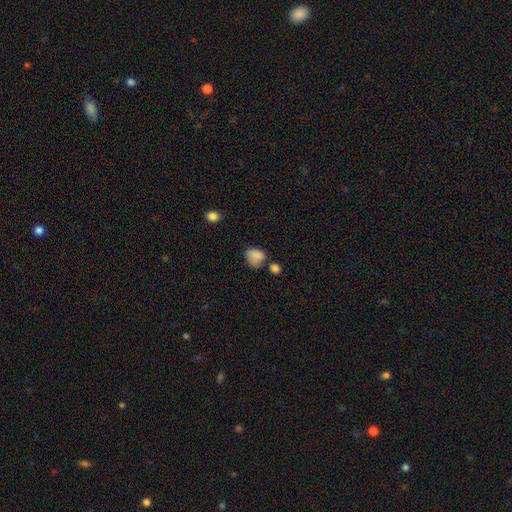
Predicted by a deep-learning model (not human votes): This is clearly a smooth galaxy (82%). How rounded: likely in between (64%). Merging: marginally none (43%).